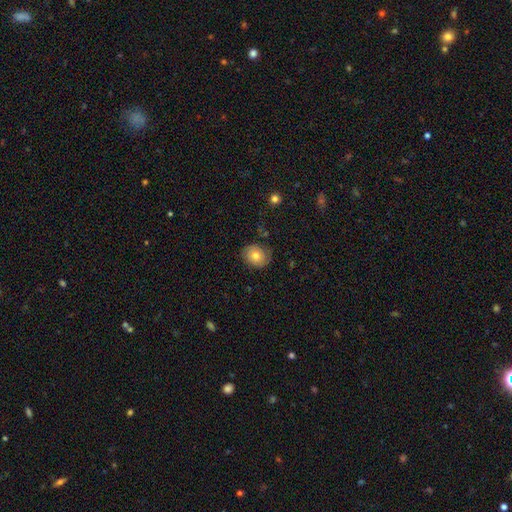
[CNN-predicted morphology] Smooth or featured? Predicted: smooth (p=0.59). How rounded? Predicted: round (p=0.65). Merging? Predicted: none (p=0.74).